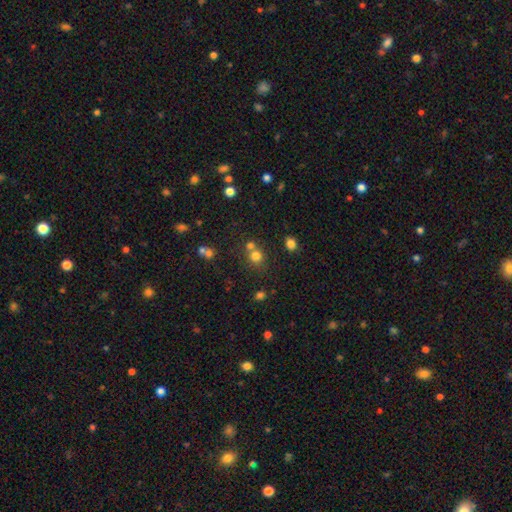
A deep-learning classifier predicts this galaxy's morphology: Overall: smooth (73%). How rounded: round (85%). Merging: none (59%; merger 29%).